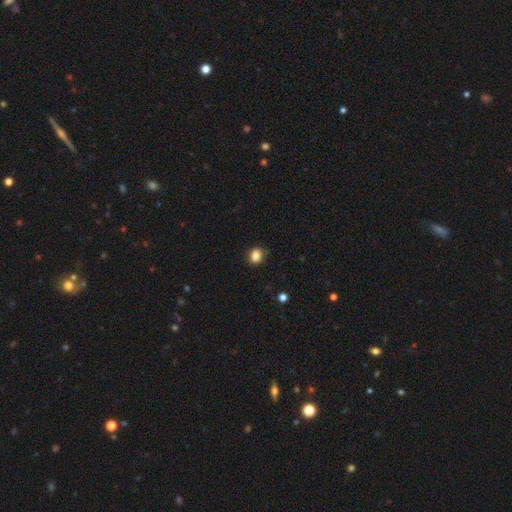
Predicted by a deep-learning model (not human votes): smooth_or_featured: smooth (p=0.85) [alt: star or artifact p=0.10]
how_rounded: round (p=0.64) [alt: in between p=0.35]
merging: none (p=0.83) [alt: minor disturbance p=0.13]